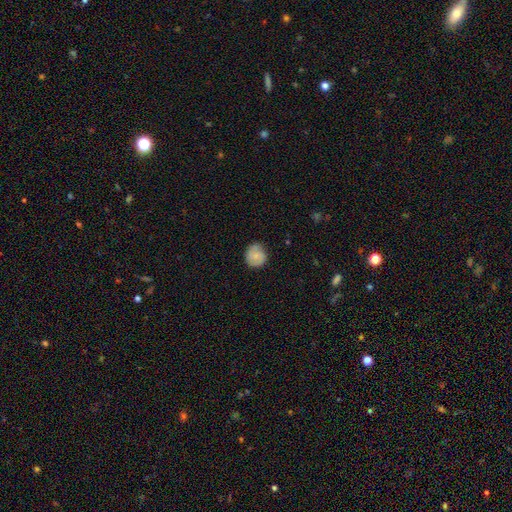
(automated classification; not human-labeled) smooth 70%, featured or disk 23%, star or artifact 7%. Down the decision tree: how rounded — round (84%); merging — none (73%).